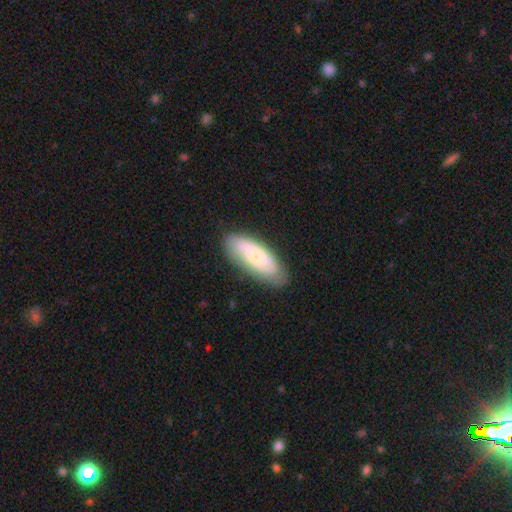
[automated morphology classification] smooth 49%, featured or disk 45%, star or artifact 6%. Down the decision tree: merging — none (80%).